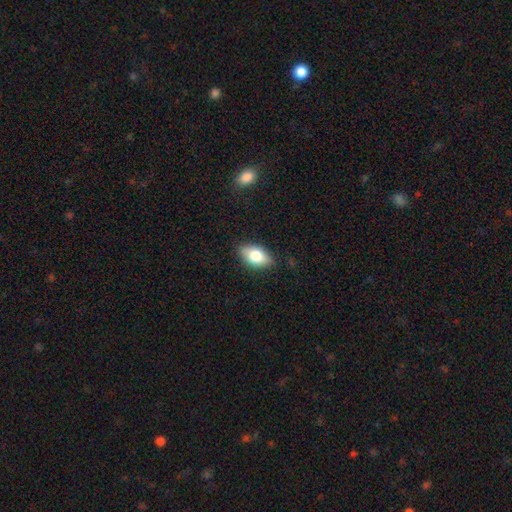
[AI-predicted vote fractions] smooth 78%, featured or disk 15%, star or artifact 7%. Down the decision tree: how rounded — in between (90%); merging — none (84%).